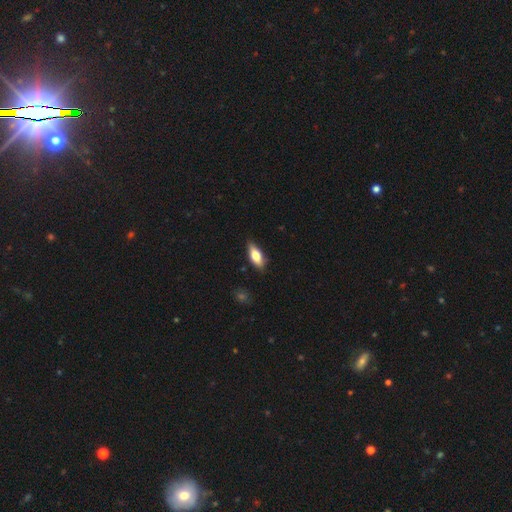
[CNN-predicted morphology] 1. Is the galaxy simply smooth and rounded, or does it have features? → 70% smooth, 23% featured or disk, 6% star or artifact.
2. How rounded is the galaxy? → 75% in between, 22% cigar-shaped, 3% round.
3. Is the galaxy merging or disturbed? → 83% none, 13% minor disturbance, 2% major disturbance, 1% merger.